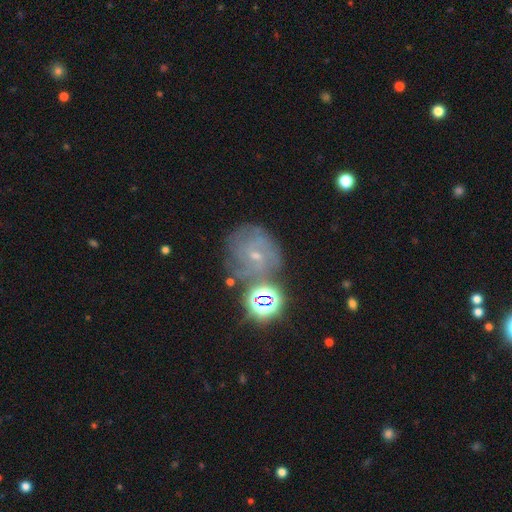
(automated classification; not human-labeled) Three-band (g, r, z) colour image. It shows a featured or disk galaxy (61%) with no bar (53%), tight (61%) spiral arms (89%) and a small central bulge (77%). Merging: none (66%).